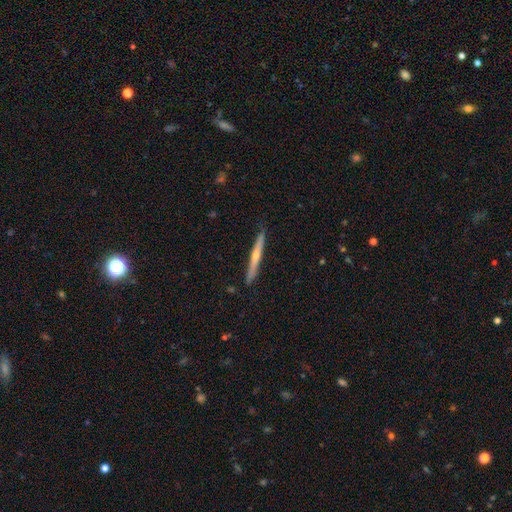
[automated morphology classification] featured or disk 64%, smooth 30%, star or artifact 6%. Down the decision tree: edge-on disk — yes (97%); edge-on bulge — rounded (73%); merging — none (90%).